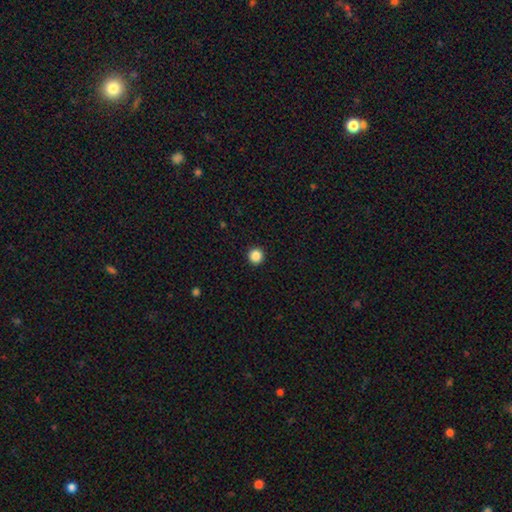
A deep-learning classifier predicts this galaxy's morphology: Smooth or featured? smooth (87%)
How rounded? round (95%)
Merging? none (94%)